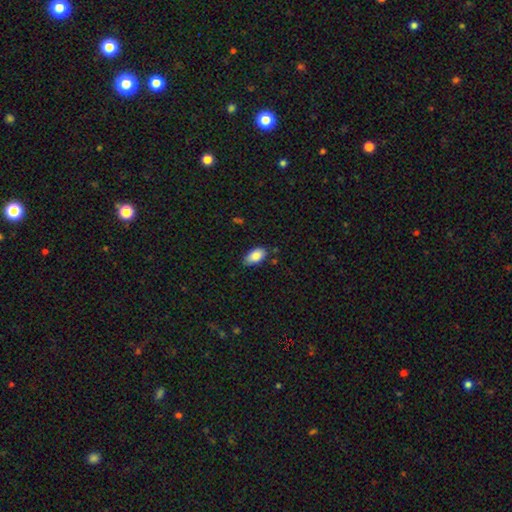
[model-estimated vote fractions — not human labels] A smooth galaxy with no disk features (85%) that is in between round and cigar-shaped (93%).

Vote fractions:
- Smooth or featured? smooth: 85% / featured or disk: 8% / star or artifact: 7%
- How rounded? in between: 93% / round: 4% / cigar-shaped: 3%
- Merging? none: 75% / minor disturbance: 20% / major disturbance: 3% / merger: 2%